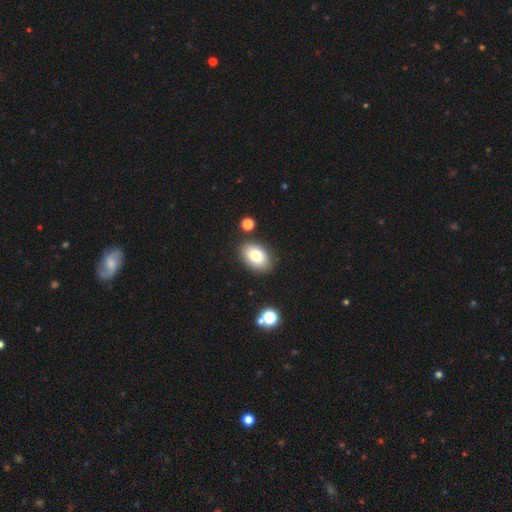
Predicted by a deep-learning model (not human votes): Overall: smooth (81%). How rounded: in between (89%). Merging: none (84%).